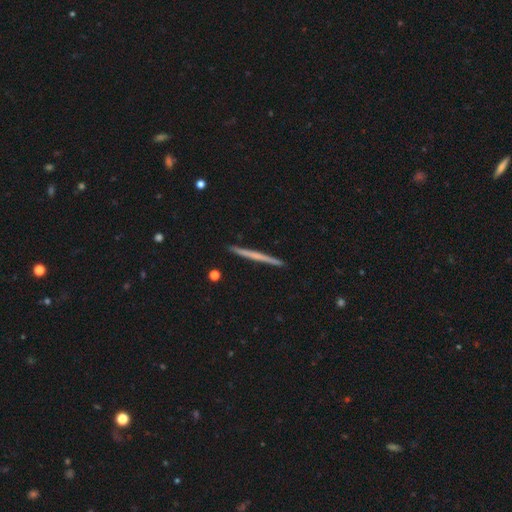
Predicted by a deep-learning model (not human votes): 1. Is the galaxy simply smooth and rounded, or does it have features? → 51% featured or disk, 44% smooth, 5% star or artifact.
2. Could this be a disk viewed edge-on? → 98% yes, 2% no.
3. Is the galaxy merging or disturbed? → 93% none, 5% minor disturbance, 1% merger, 1% major disturbance.